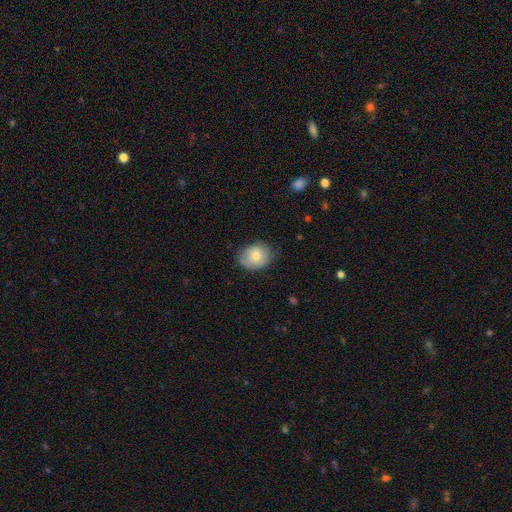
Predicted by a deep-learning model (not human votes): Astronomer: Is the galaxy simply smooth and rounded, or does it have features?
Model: smooth — 70%.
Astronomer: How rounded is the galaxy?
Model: round — 50% (runner-up: in between, 49%).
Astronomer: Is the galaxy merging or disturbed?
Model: none — 69%.